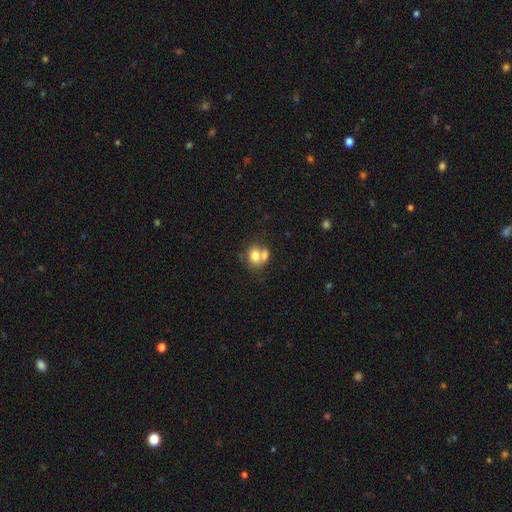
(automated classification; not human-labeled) Q: Smooth or featured?
A: smooth (74%); runner-up: featured or disk (17%)
Q: How rounded?
A: round (54%); runner-up: in between (45%)
Q: Merging?
A: merger (52%); runner-up: none (33%)